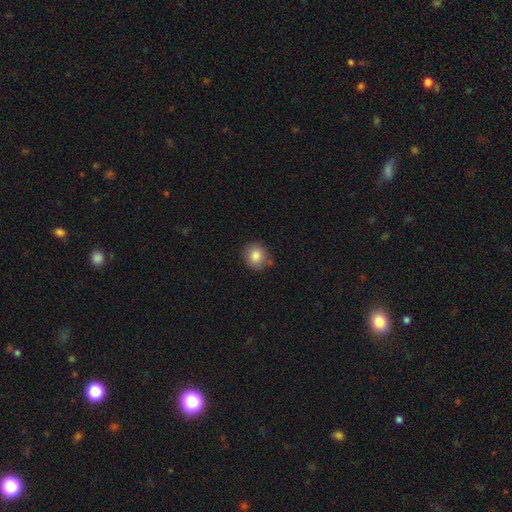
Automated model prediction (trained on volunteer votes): Overall: smooth (84%). How rounded: round (87%). Merging: none (81%).